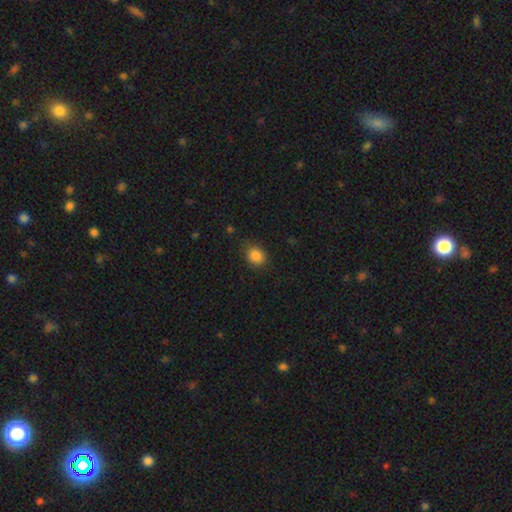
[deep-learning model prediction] Smooth or featured?
  - smooth: 86% *
  - star or artifact: 10%
  - featured or disk: 4%
How rounded?
  - round: 53% *
  - in between: 46%
  - cigar-shaped: 1%
Merging?
  - none: 80% *
  - minor disturbance: 15%
  - major disturbance: 4%
  - merger: 1%